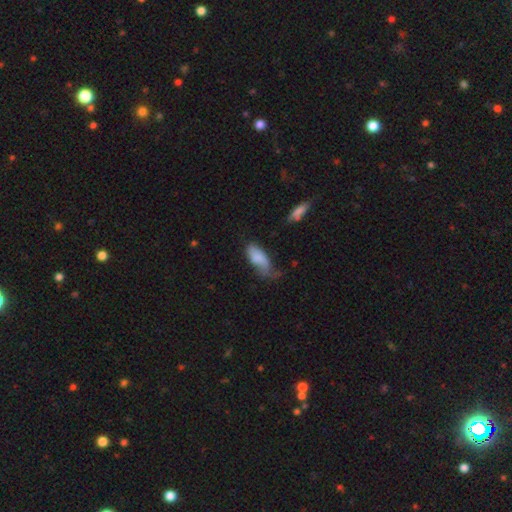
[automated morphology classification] Smooth or featured: smooth — 71% (featured or disk — 19%)
How rounded: in between — 78% (cigar-shaped — 19%)
Merging: minor disturbance — 38% (none — 32%)